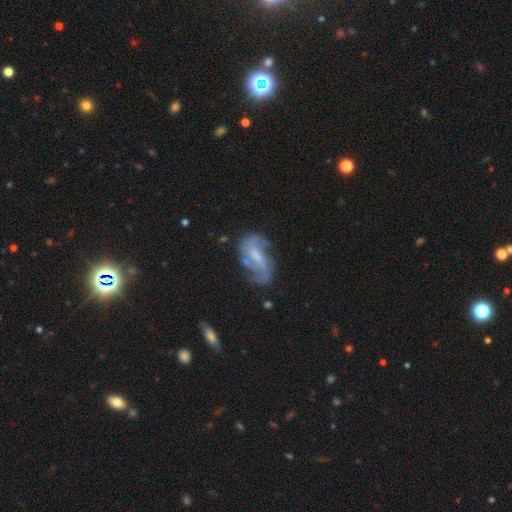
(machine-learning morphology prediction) Smooth or featured: featured or disk — 77% (smooth — 15%)
Edge-on disk: no — 95% (yes — 5%)
Bar: weak — 49% (no — 28%)
Spiral arms: yes — 87% (no — 13%)
Spiral winding: loose — 46% (medium — 38%)
Spiral arm count: 2 — 67% (can't tell — 15%)
Bulge size: small — 40% (moderate — 36%)
Merging: none — 57% (minor disturbance — 22%)